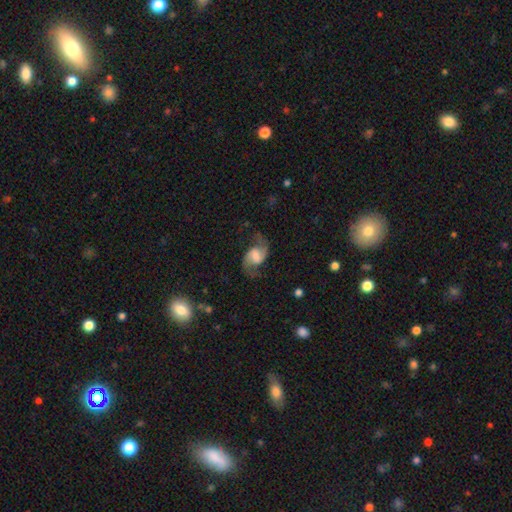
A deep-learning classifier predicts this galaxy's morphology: Overall: featured or disk (80%). Edge-on disk: no (97%). Bar: weak (53%; no 28%). Spiral arms: yes (95%). Spiral arm count: 2 (92%). Spiral winding: loose (50%; medium 41%). Bulge size: moderate (37%; small 26%). Merging: none (70%).